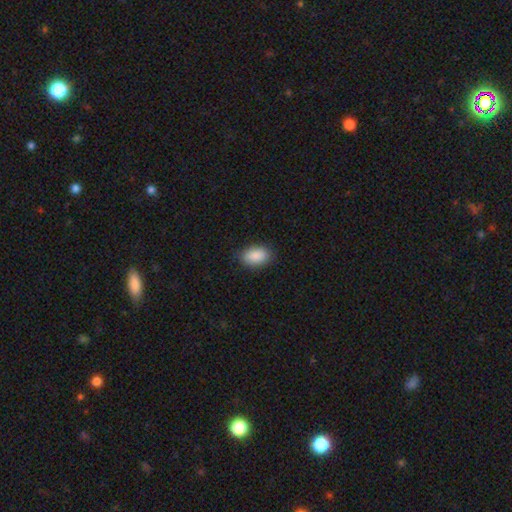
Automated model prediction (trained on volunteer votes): smooth-or-featured: smooth: 90% | star or artifact: 7% | featured or disk: 4%
  how-rounded: in between: 91% | round: 8% | cigar-shaped: 2%
  merging: none: 87% | minor disturbance: 10% | major disturbance: 2% | merger: 1%